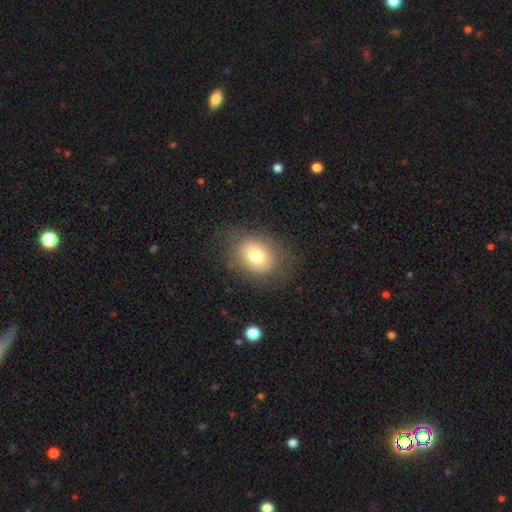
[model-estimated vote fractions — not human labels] Smooth or featured?
  - smooth: 72% *
  - featured or disk: 17%
  - star or artifact: 11%
How rounded?
  - in between: 52% *
  - round: 47%
  - cigar-shaped: 1%
Merging?
  - none: 74% *
  - minor disturbance: 16%
  - major disturbance: 9%
  - merger: 1%